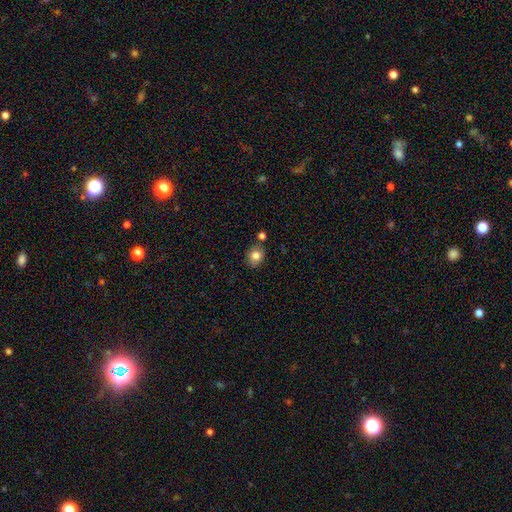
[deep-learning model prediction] Morphology: type=smooth (81%); roundness=round (58%); merging=none (76%).